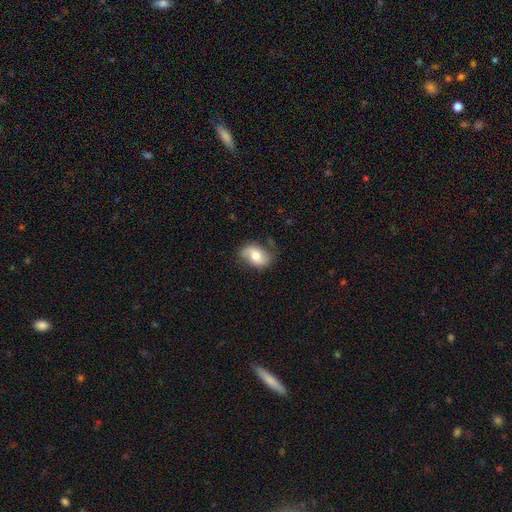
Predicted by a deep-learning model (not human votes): Q: Smooth or featured?
A: smooth (54%); runner-up: featured or disk (39%)
Q: How rounded?
A: in between (84%); runner-up: round (15%)
Q: Merging?
A: none (68%); runner-up: minor disturbance (23%)